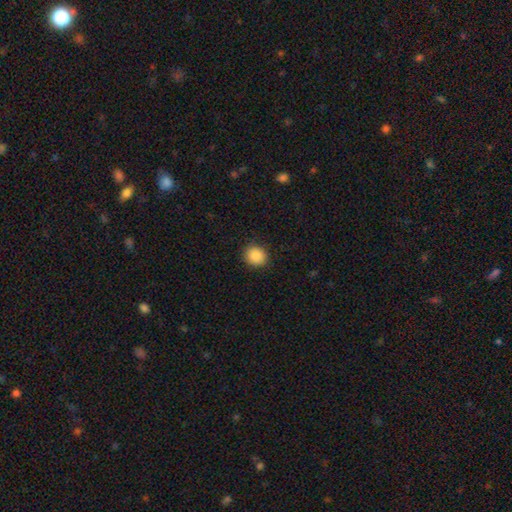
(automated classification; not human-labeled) Smooth or featured? smooth (89%)
How rounded? round (84%)
Merging? none (89%)